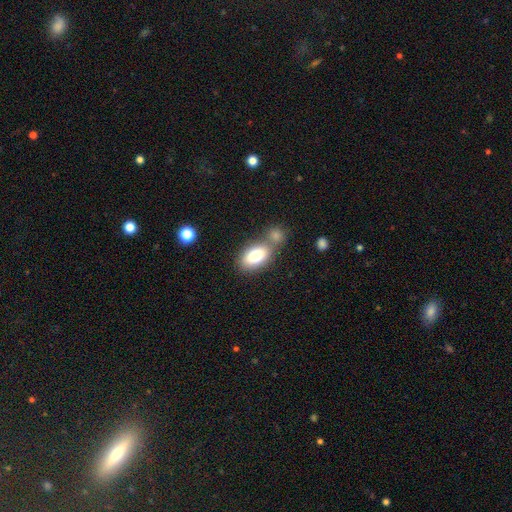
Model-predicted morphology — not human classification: smooth_or_featured: smooth (p=0.80) [alt: featured or disk p=0.13]
how_rounded: in between (p=0.89) [alt: round p=0.08]
merging: none (p=0.51) [alt: merger p=0.32]